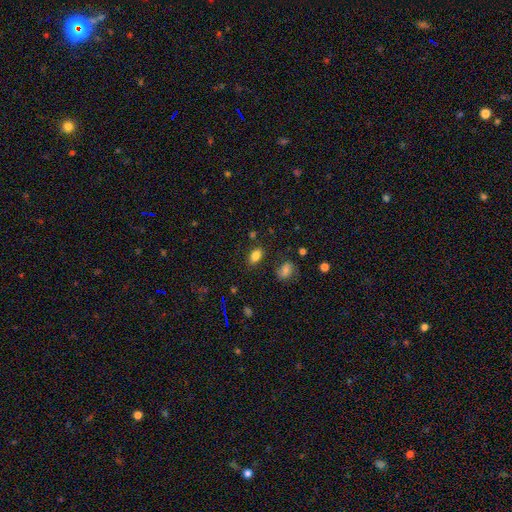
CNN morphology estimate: Smooth or featured?
  - smooth: 82% *
  - star or artifact: 11%
  - featured or disk: 7%
How rounded?
  - in between: 88% *
  - round: 10%
  - cigar-shaped: 2%
Merging?
  - none: 82% *
  - minor disturbance: 12%
  - merger: 3%
  - major disturbance: 3%